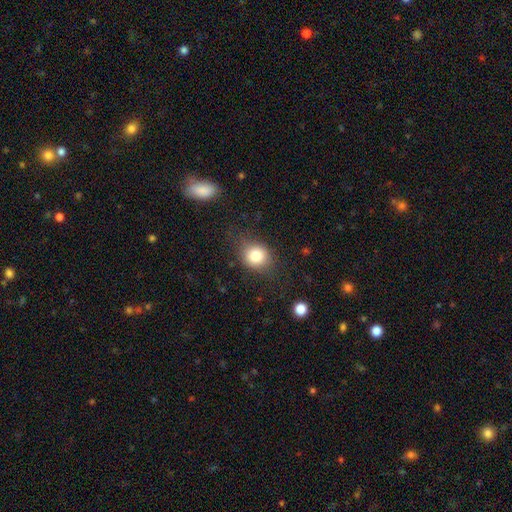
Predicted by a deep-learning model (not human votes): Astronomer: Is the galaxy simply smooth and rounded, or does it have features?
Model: smooth — 82%.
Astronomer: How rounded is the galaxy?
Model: round — 71%.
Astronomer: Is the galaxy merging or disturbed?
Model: none — 72%.